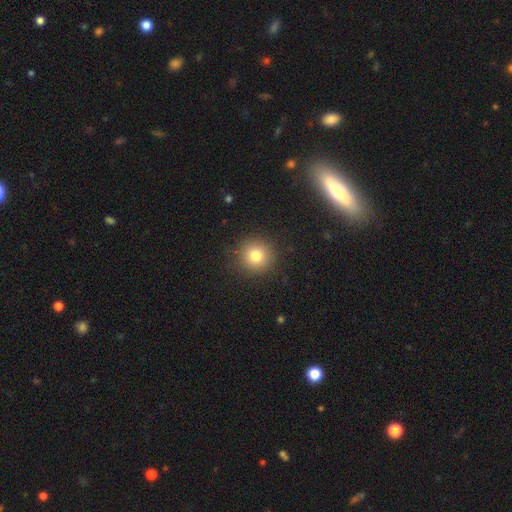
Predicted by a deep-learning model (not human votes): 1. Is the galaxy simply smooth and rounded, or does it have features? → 80% smooth, 12% star or artifact, 8% featured or disk.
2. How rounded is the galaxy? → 93% round, 6% in between, 1% cigar-shaped.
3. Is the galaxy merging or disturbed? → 90% none, 6% minor disturbance, 2% major disturbance, 1% merger.